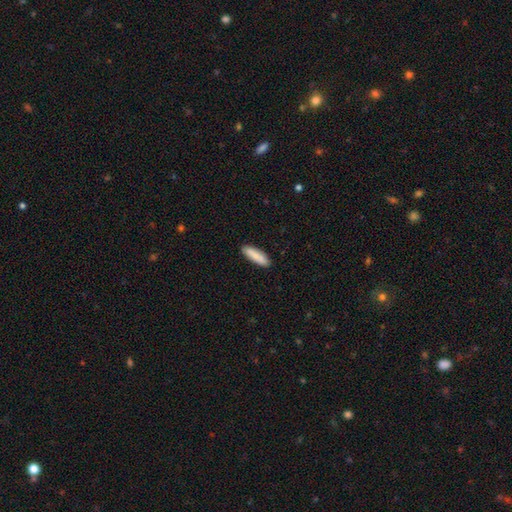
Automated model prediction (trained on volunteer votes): This is clearly a smooth galaxy (88%). How rounded: likely cigar-shaped (62%). Merging: clearly none (89%).